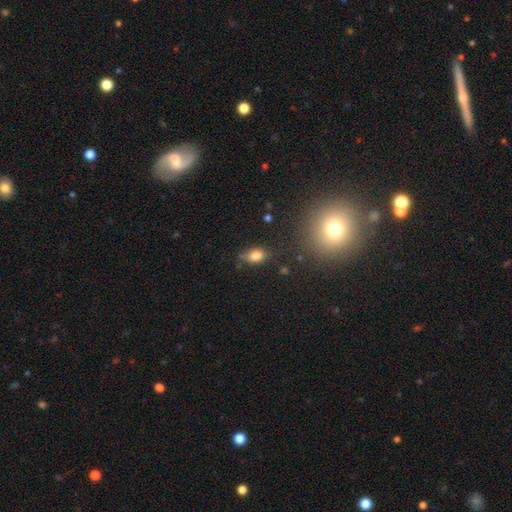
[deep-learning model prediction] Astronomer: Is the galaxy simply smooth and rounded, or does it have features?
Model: smooth — 77%.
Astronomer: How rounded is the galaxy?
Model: in between — 77%.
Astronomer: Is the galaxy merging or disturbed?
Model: none — 60%.